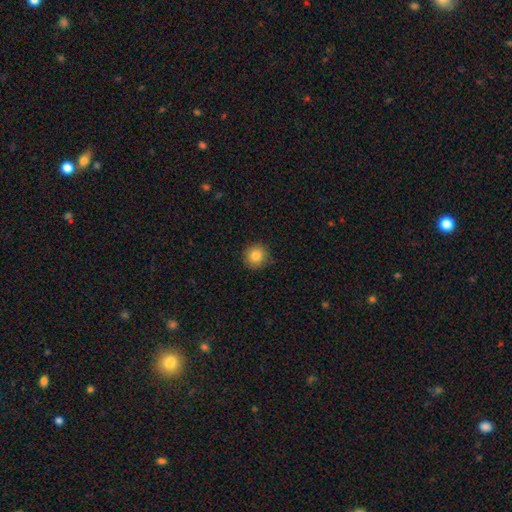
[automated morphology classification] This appears to be a smooth galaxy with no disk features (83%) that is round (94%). Merging: none (89%).